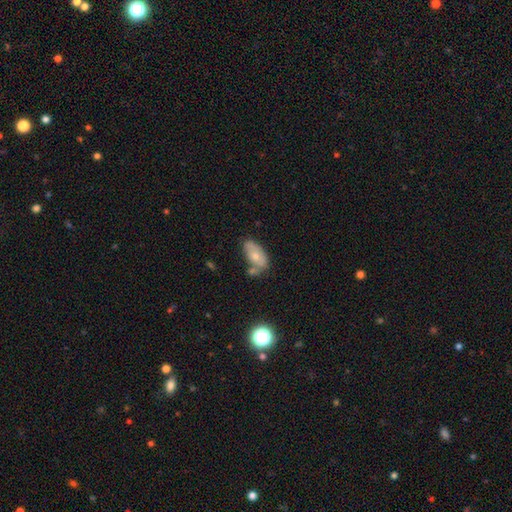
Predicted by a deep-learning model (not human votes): smooth 66%, featured or disk 26%, star or artifact 8%. Down the decision tree: how rounded — in between (92%); merging — none (46%).